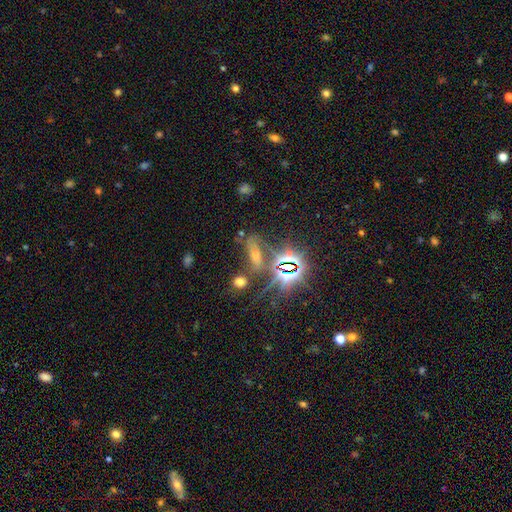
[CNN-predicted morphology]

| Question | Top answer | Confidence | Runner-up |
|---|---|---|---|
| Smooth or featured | star or artifact | 49% | smooth (35%) |